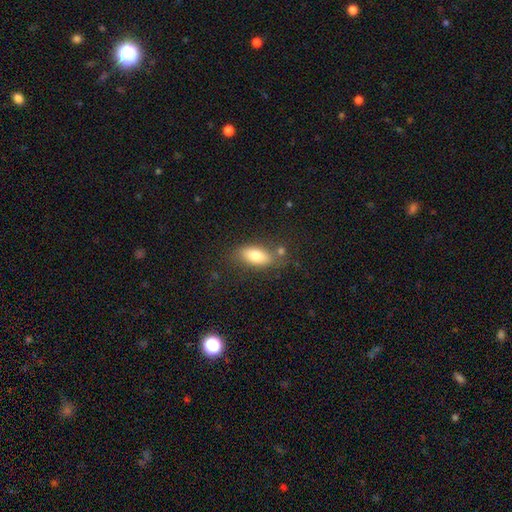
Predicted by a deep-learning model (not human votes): A smooth galaxy with no disk features (79%) that is in between round and cigar-shaped (85%). Merging: none (71%).